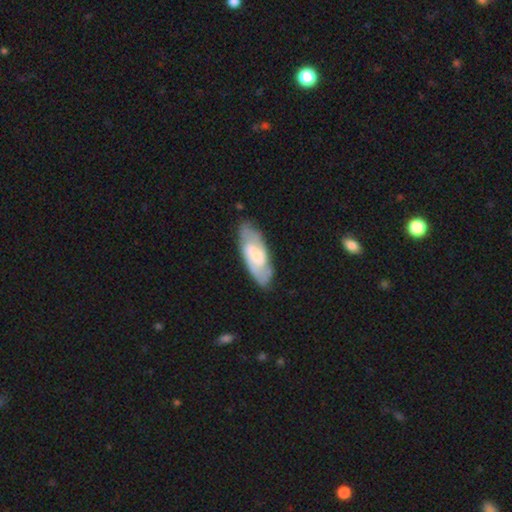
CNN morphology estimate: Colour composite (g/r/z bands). It shows a featured or disk galaxy (65%) with a weak bar (47%), 2 (73%) medium (46%) spiral arms (86%) and a small central bulge (34%). Merging: none (78%).